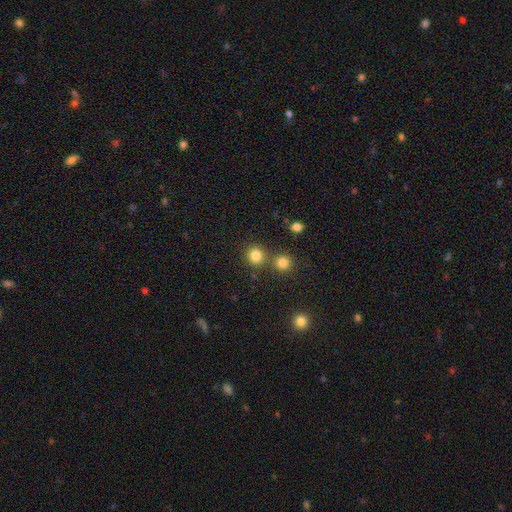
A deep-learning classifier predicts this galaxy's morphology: Smooth or featured? smooth (82%)
How rounded? round (88%)
Merging? none (72%)